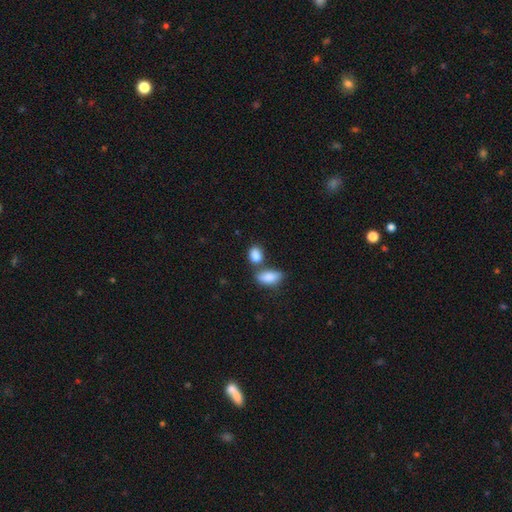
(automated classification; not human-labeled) This is clearly a smooth galaxy (87%). How rounded: likely in between (78%). Merging: possibly none (50%).